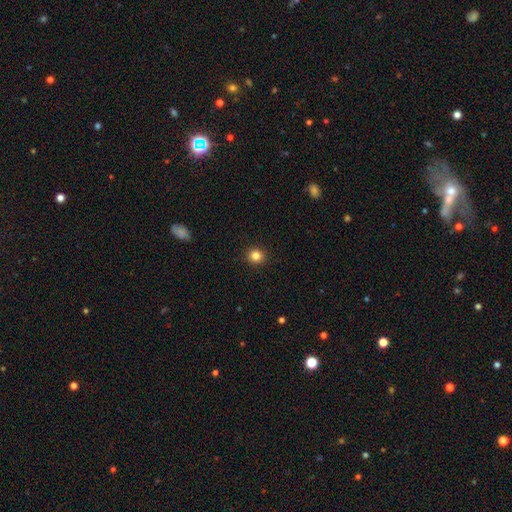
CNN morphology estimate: Overall: smooth (84%). How rounded: round (87%). Merging: none (92%).